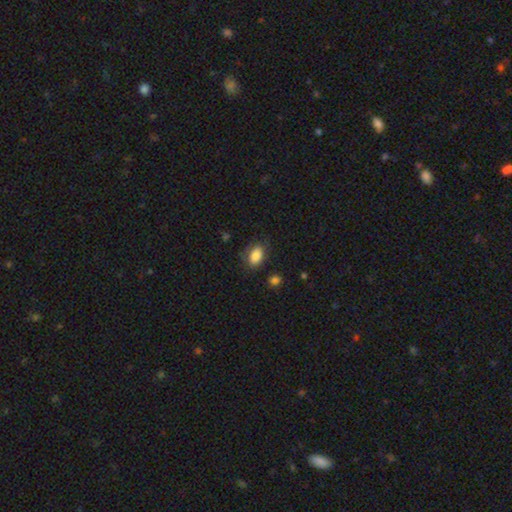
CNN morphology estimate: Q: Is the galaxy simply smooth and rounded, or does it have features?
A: smooth — 85%.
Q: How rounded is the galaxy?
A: in between — 88%.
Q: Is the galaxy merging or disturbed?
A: none — 73%.